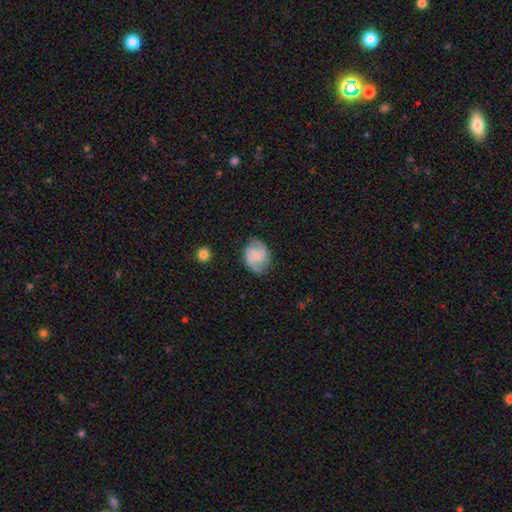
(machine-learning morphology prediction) Smooth or featured? Predicted: featured or disk (p=0.65). Edge-on disk? Predicted: no (p=0.98). Bar? Predicted: no (p=0.59). Spiral arms? Predicted: yes (p=0.94). Spiral winding? Predicted: medium (p=0.51). Spiral arm count? Predicted: 2 (p=0.83). Bulge size? Predicted: small (p=0.54). Merging? Predicted: none (p=0.76).